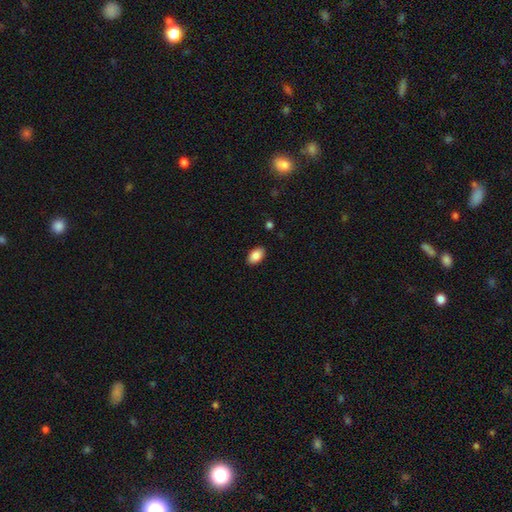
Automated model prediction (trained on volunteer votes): smooth 88%, star or artifact 7%, featured or disk 5%. Down the decision tree: how rounded — in between (92%); merging — none (89%).